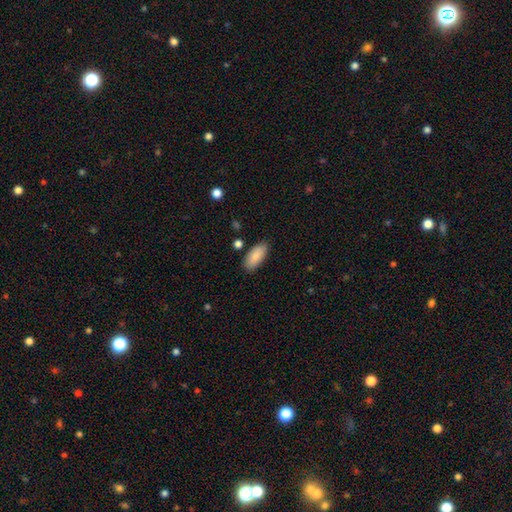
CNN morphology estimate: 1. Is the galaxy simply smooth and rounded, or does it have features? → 87% smooth, 7% featured or disk, 6% star or artifact.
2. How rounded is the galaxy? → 88% in between, 10% cigar-shaped, 2% round.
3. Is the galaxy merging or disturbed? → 85% none, 11% minor disturbance, 2% merger, 2% major disturbance.